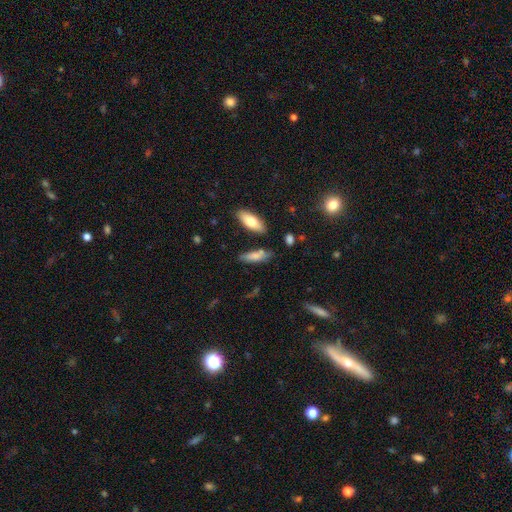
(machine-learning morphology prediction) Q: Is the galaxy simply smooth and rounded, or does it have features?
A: smooth — 74%.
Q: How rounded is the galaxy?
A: in between — 51%.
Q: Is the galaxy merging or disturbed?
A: none — 65%.